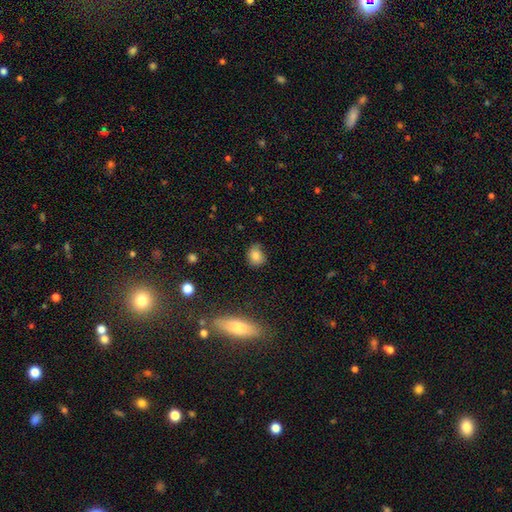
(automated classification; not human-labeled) Smooth or featured? smooth (79%)
How rounded? round (64%)
Merging? none (64%)